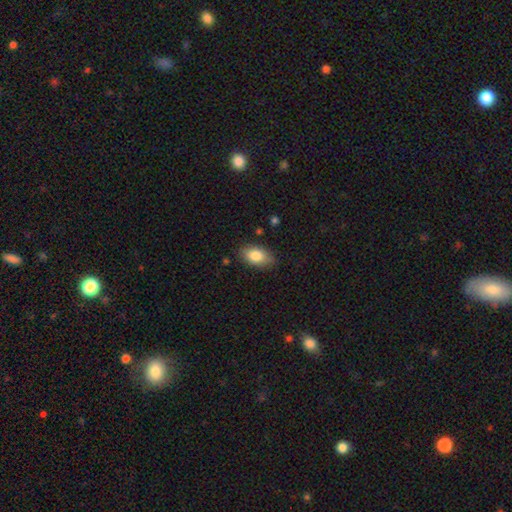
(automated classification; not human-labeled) A smooth galaxy with no disk features (83%) that is in between round and cigar-shaped (90%). Merging: none (81%).